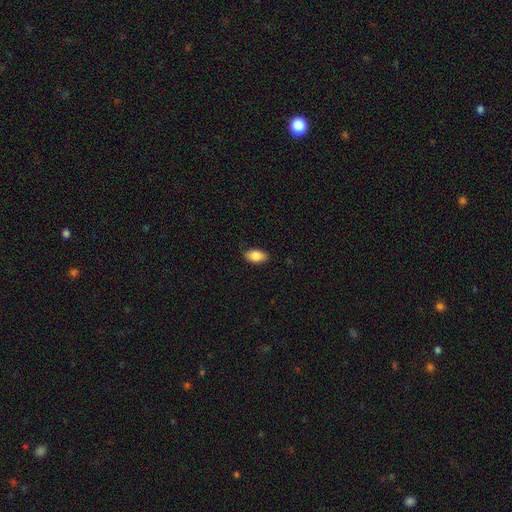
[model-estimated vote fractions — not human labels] A smooth galaxy with no disk features (85%) that is in between round and cigar-shaped (93%). Merging: none (85%).